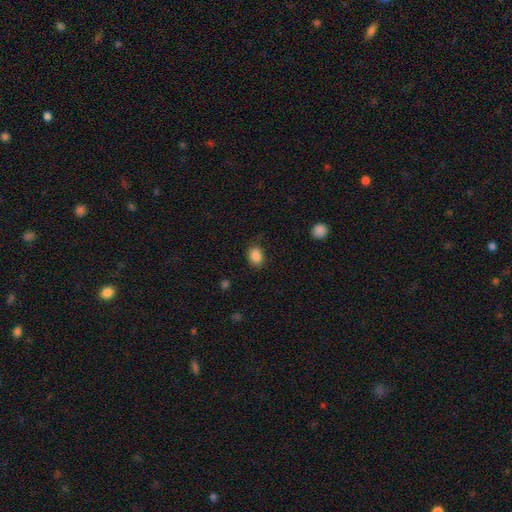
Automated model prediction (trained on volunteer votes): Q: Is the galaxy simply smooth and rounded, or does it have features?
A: smooth — 87%.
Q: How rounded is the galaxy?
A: in between — 59%.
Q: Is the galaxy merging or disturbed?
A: none — 80%.